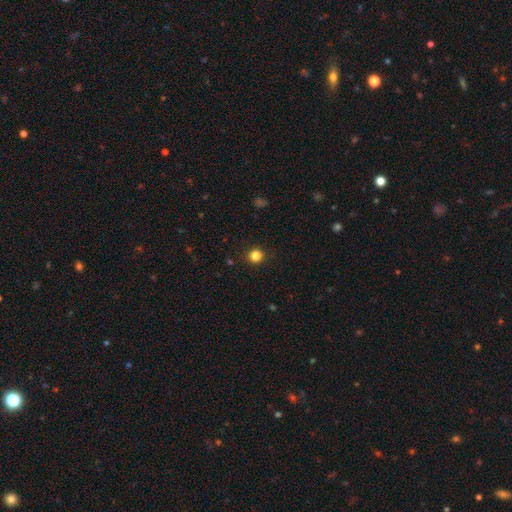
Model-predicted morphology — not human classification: smooth_or_featured: smooth (p=0.83) [alt: star or artifact p=0.13]
how_rounded: round (p=0.92) [alt: in between p=0.07]
merging: none (p=0.91) [alt: minor disturbance p=0.06]